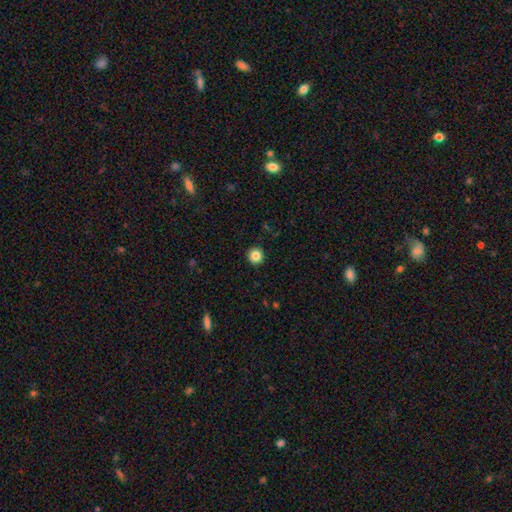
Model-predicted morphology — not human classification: smooth 84%, star or artifact 10%, featured or disk 5%. Down the decision tree: how rounded — round (95%); merging — none (93%).